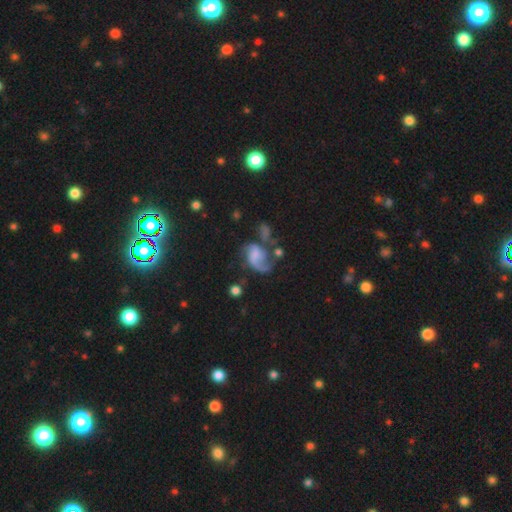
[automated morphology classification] Smooth or featured?
  - featured or disk: 74% *
  - smooth: 18%
  - star or artifact: 9%
Edge-on disk?
  - no: 98% *
  - yes: 2%
Bar?
  - no: 51% *
  - weak: 39%
  - strong: 10%
Spiral arms?
  - yes: 92% *
  - no: 8%
Spiral winding?
  - loose: 51% *
  - medium: 38%
  - tight: 11%
Spiral arm count?
  - 2: 68% *
  - 1: 22%
  - can't tell: 5%
  - 3: 2%
  - 4: 1%
  - more than 4: 1%
Bulge size?
  - none: 42% *
  - small: 25%
  - moderate: 20%
  - large: 11%
  - dominant: 3%
Merging?
  - none: 35% *
  - major disturbance: 28%
  - minor disturbance: 19%
  - merger: 18%